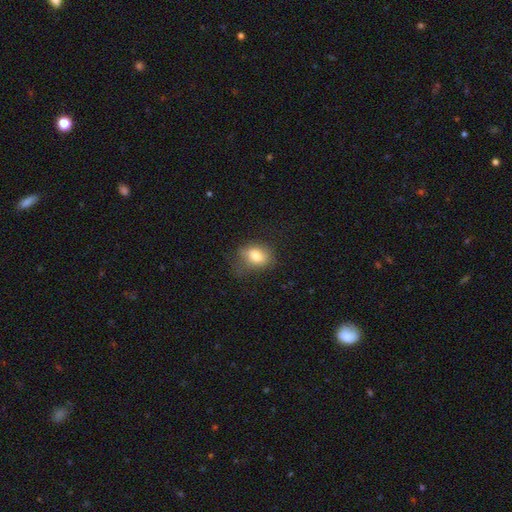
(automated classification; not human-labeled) The model was most divided on "merging": none: 56%, minor disturbance: 28%, major disturbance: 14%, merger: 2%. More confident: smooth or featured — smooth (77%); how rounded — in between (68%).